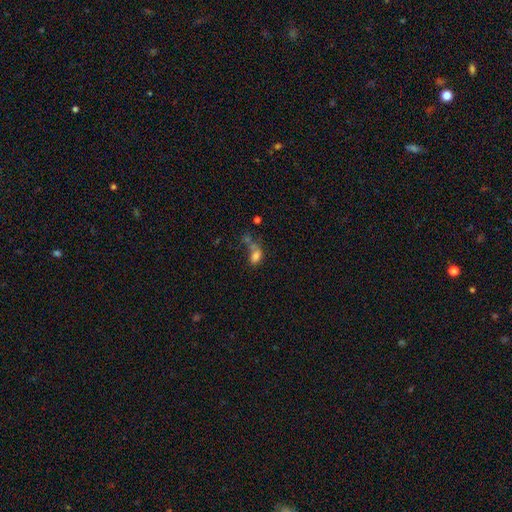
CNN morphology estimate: Smooth or featured?
  - smooth: 72% *
  - featured or disk: 15%
  - star or artifact: 13%
How rounded?
  - in between: 81% *
  - round: 16%
  - cigar-shaped: 3%
Merging?
  - merger: 38% *
  - none: 25%
  - major disturbance: 22%
  - minor disturbance: 16%